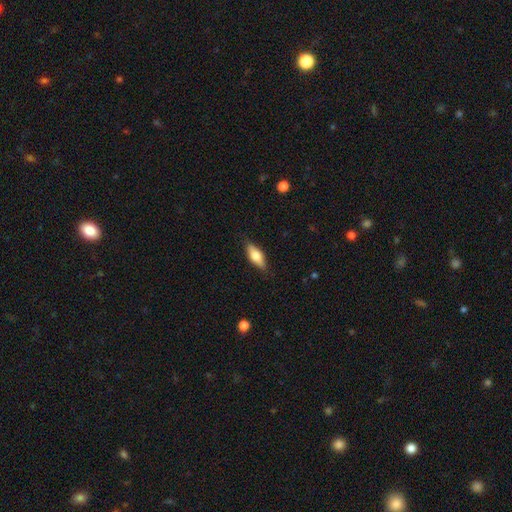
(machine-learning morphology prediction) Smooth or featured? smooth (63%)
How rounded? in between (70%)
Merging? none (84%)